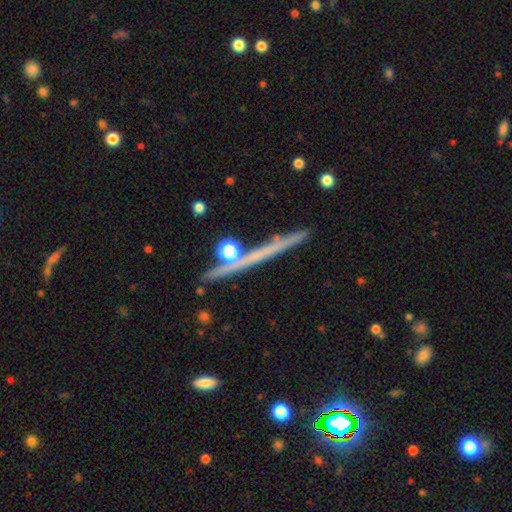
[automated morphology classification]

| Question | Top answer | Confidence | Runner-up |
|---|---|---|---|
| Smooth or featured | featured or disk | 62% | smooth (23%) |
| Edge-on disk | yes | 93% | no (7%) |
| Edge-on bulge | none | 52% | rounded (38%) |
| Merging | none | 76% | minor disturbance (11%) |